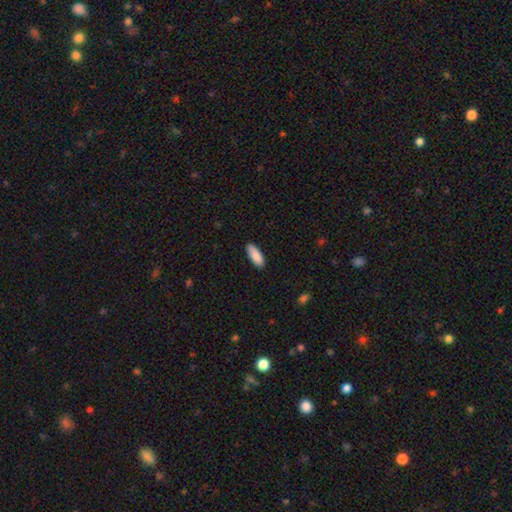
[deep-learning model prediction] The model was most divided on "how rounded": in between: 73%, cigar-shaped: 25%, round: 2%. More confident: smooth or featured — smooth (90%); merging — none (87%).